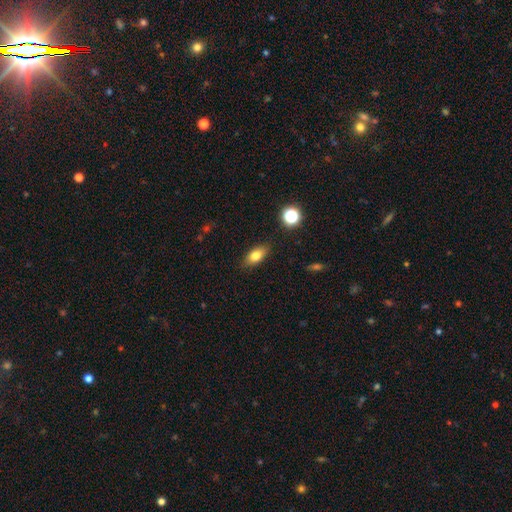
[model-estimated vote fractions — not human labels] Overall: smooth (77%). How rounded: in between (80%). Merging: none (85%).